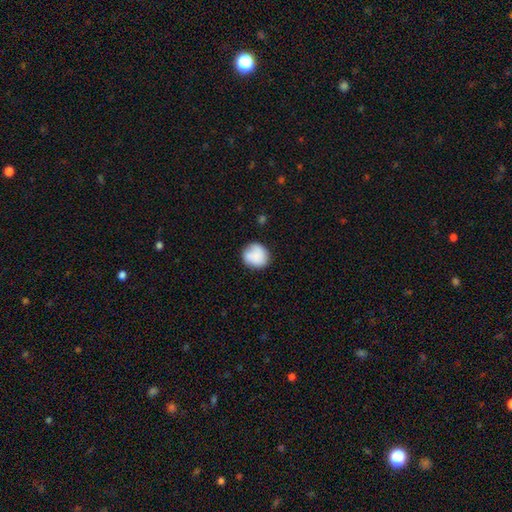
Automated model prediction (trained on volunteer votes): A smooth galaxy with no disk features (80%) that is round (85%). Merging: none (73%).